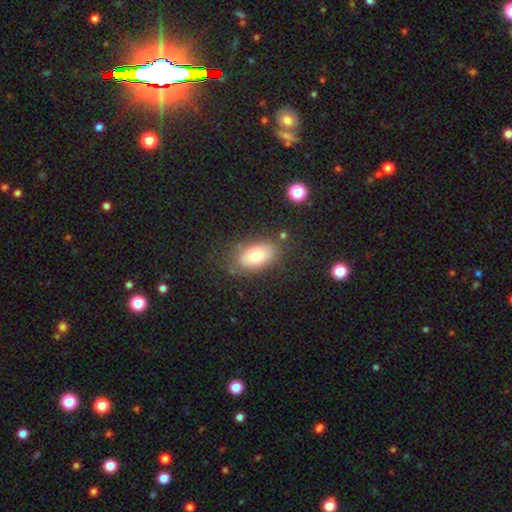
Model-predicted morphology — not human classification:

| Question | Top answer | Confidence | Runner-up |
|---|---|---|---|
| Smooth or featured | smooth | 74% | featured or disk (18%) |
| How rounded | in between | 92% | round (6%) |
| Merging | none | 74% | minor disturbance (16%) |